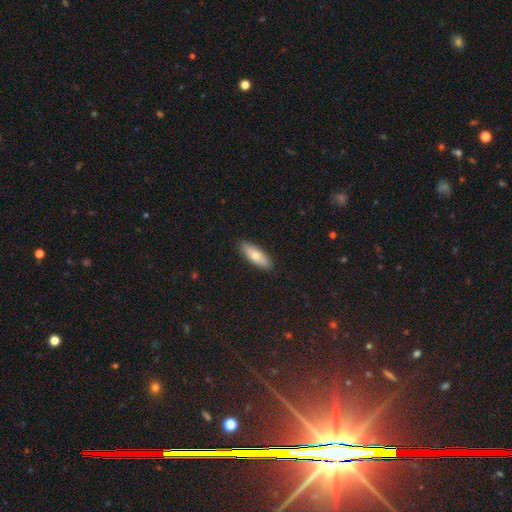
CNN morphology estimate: A smooth galaxy with no disk features (72%) that is in between round and cigar-shaped (60%).

Vote fractions:
- Smooth or featured? smooth: 72% / featured or disk: 22% / star or artifact: 6%
- How rounded? in between: 60% / cigar-shaped: 37% / round: 2%
- Merging? none: 89% / minor disturbance: 8% / major disturbance: 2% / merger: 1%